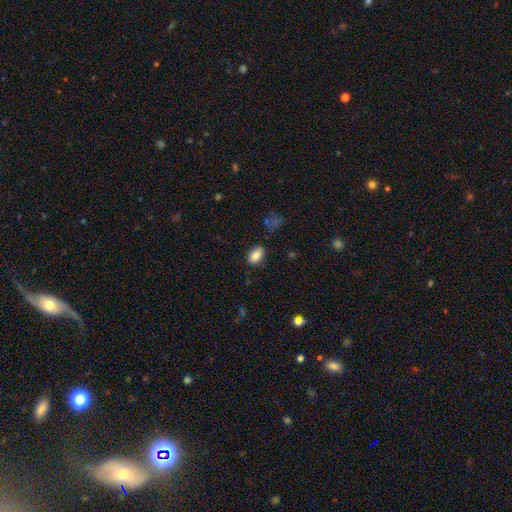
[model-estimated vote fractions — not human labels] Smooth or featured? Predicted: smooth (p=0.86). How rounded? Predicted: in between (p=0.89). Merging? Predicted: none (p=0.82).